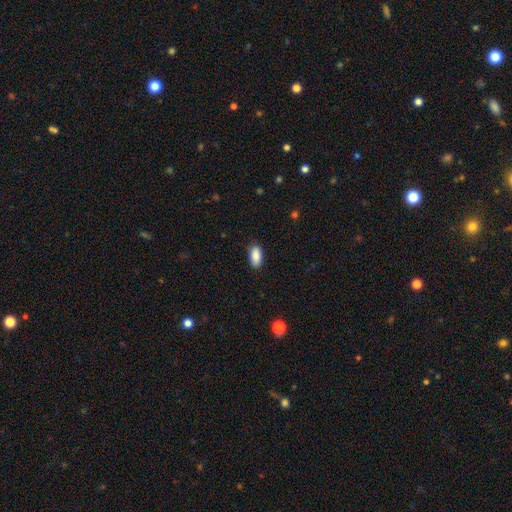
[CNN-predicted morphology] Smooth or featured? smooth (89%)
How rounded? in between (90%)
Merging? none (86%)